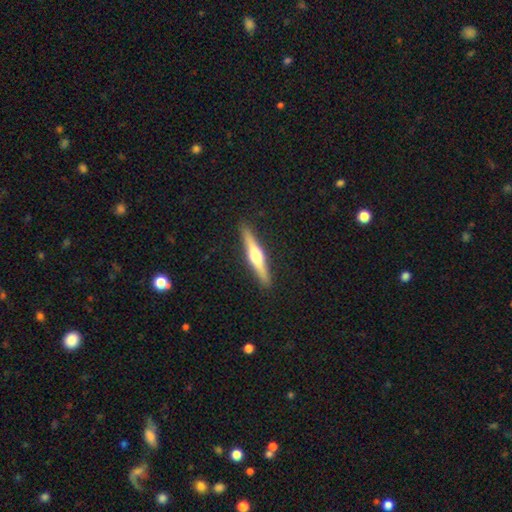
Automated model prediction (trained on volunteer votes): A featured or disk galaxy (63%) viewed edge-on (97%) with a rounded central bulge (92%).

Vote fractions:
- Smooth or featured? featured or disk: 63% / smooth: 32% / star or artifact: 5%
- Edge-on disk? yes: 97% / no: 3%
- Edge-on bulge? rounded: 92% / none: 4% / boxy: 4%
- Merging? none: 91% / minor disturbance: 7% / major disturbance: 1% / merger: 1%